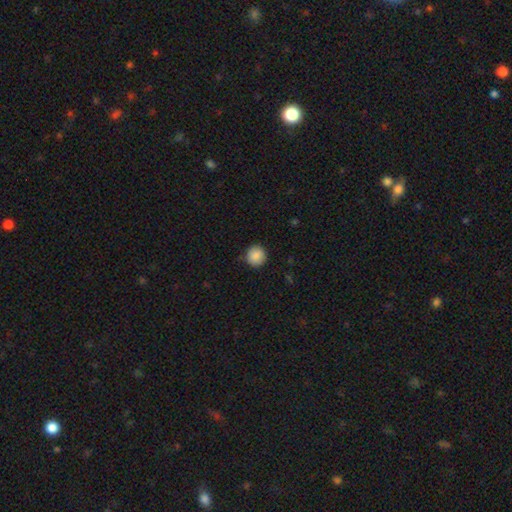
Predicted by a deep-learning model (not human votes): Smooth or featured: smooth — 88% (star or artifact — 8%)
How rounded: round — 93% (in between — 6%)
Merging: none — 87% (minor disturbance — 10%)